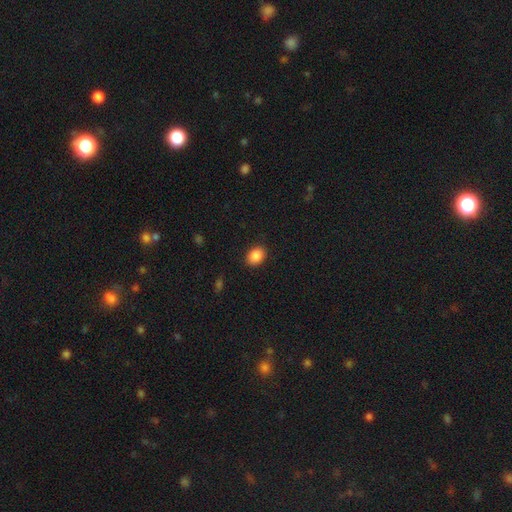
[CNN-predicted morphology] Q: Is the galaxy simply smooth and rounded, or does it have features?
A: smooth — 88%.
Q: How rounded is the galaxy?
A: in between — 69%.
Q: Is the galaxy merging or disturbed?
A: none — 88%.